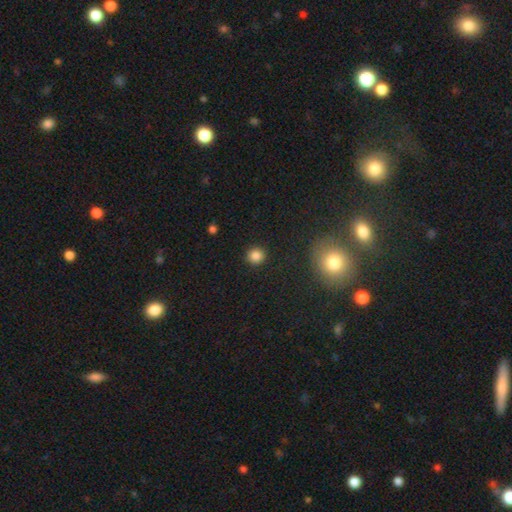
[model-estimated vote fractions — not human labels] Morphology: type=smooth (84%); roundness=round (91%); merging=none (92%).